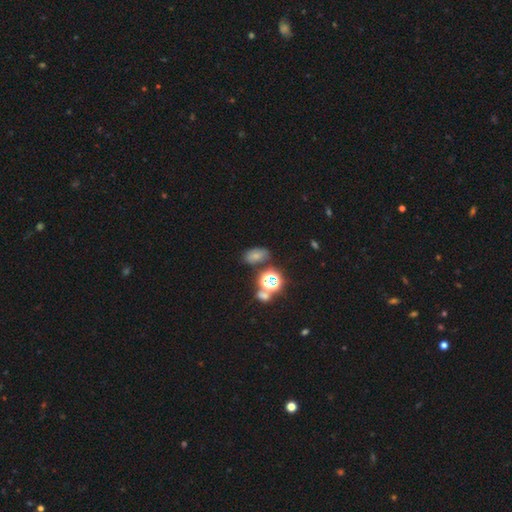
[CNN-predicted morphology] Smooth or featured: smooth — 58% (star or artifact — 28%)
How rounded: in between — 80% (round — 17%)
Merging: none — 70% (minor disturbance — 15%)